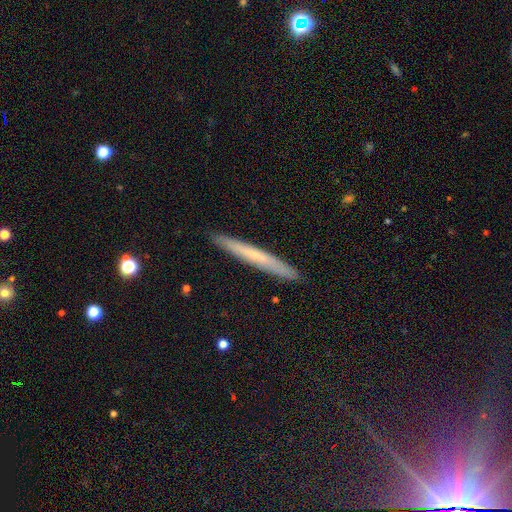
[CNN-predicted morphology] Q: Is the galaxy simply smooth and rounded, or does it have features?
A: smooth — 47%, tied with featured or disk.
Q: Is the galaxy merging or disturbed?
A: none — 91%.